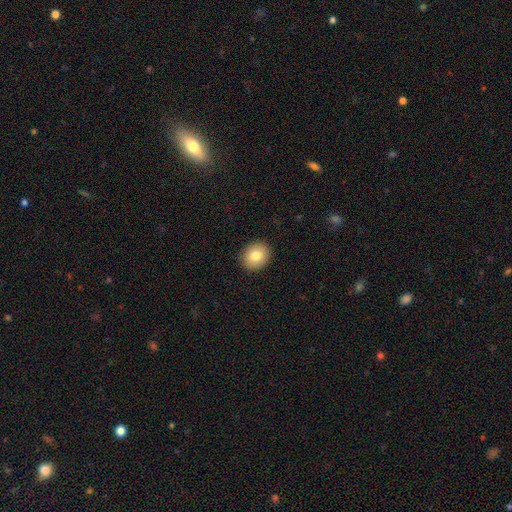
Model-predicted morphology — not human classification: The model was most divided on "how rounded": round: 66%, in between: 33%, cigar-shaped: 1%. More confident: merging — none (91%); smooth or featured — smooth (81%).